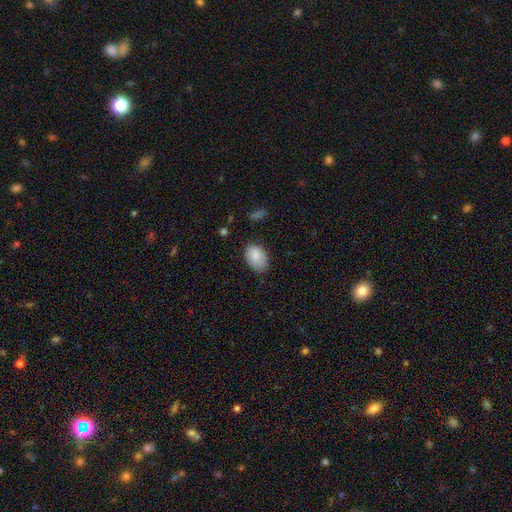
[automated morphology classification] This is clearly a smooth galaxy (87%). How rounded: clearly in between (88%). Merging: likely none (74%).